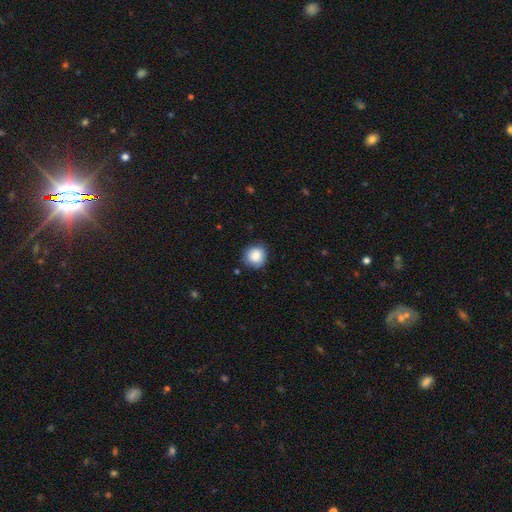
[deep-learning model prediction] smooth 86%, star or artifact 8%, featured or disk 6%. Down the decision tree: how rounded — round (90%); merging — none (80%).